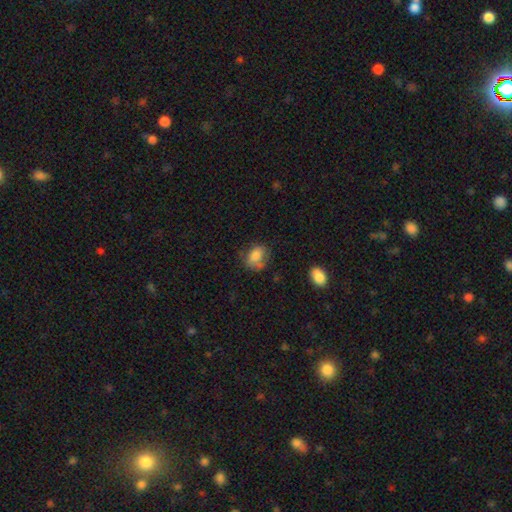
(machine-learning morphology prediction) Smooth or featured: smooth — 77% (featured or disk — 14%)
How rounded: in between — 71% (round — 28%)
Merging: none — 50% (minor disturbance — 29%)